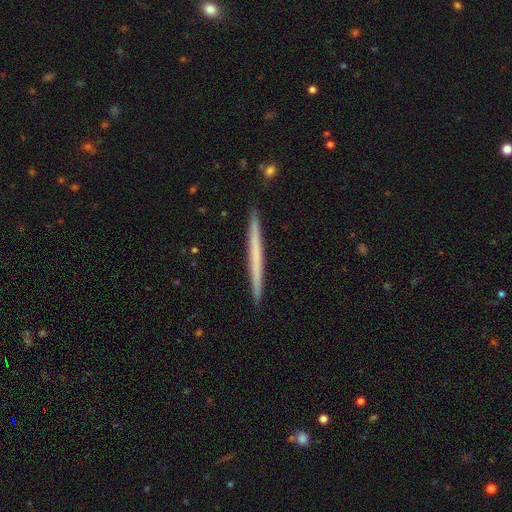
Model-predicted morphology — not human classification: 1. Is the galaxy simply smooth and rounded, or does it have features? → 48% smooth, 47% featured or disk, 5% star or artifact.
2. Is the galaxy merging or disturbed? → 92% none, 5% minor disturbance, 1% major disturbance, 1% merger.